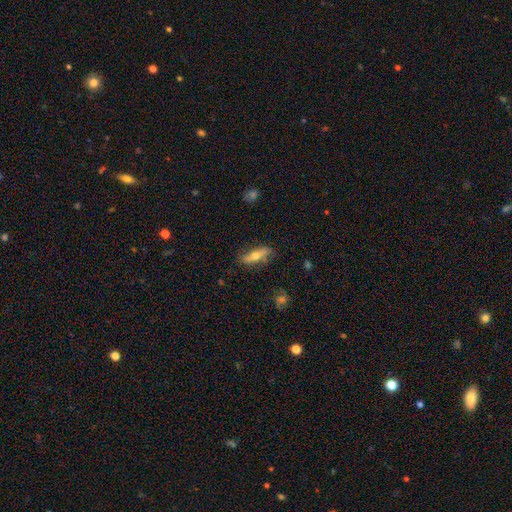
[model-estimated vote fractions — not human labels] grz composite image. It shows a featured or disk galaxy (52%) viewed edge-on (73%). Merging: none (78%).